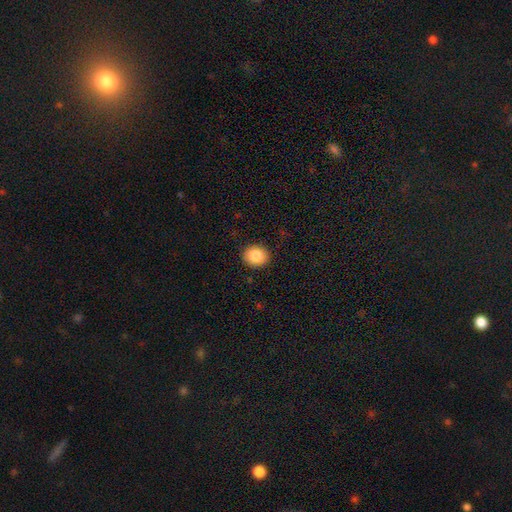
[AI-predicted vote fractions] smooth_or_featured: smooth (p=0.85) [alt: star or artifact p=0.09]
how_rounded: round (p=0.75) [alt: in between p=0.24]
merging: none (p=0.91) [alt: minor disturbance p=0.07]